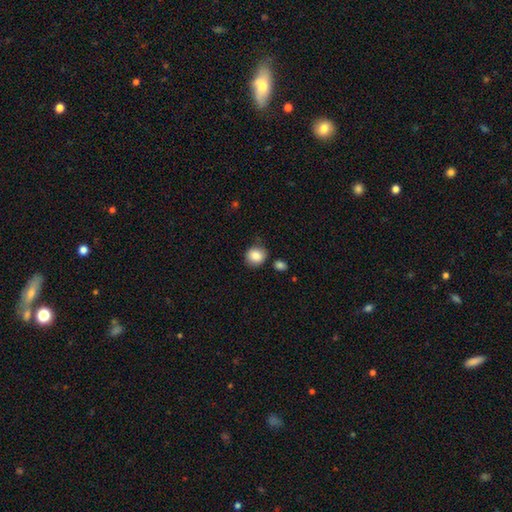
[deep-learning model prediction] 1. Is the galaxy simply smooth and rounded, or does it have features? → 86% smooth, 9% star or artifact, 6% featured or disk.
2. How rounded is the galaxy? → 81% round, 18% in between, 1% cigar-shaped.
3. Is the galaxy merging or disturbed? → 75% none, 16% minor disturbance, 6% merger, 4% major disturbance.